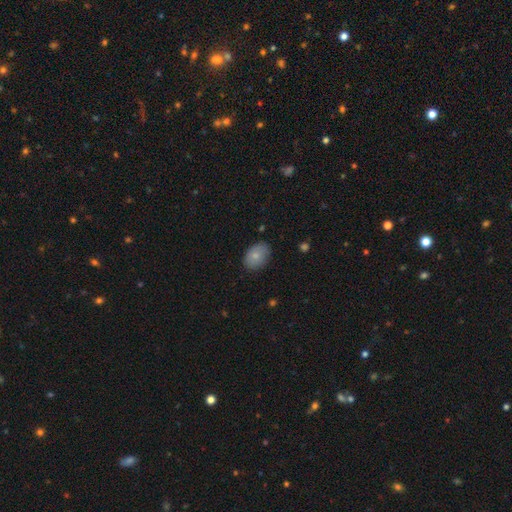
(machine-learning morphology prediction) This appears to be a smooth galaxy with no disk features (80%) that is in between round and cigar-shaped (82%). Merging: none (83%).